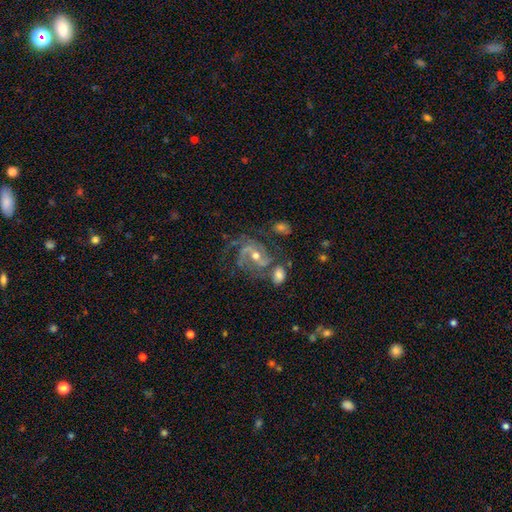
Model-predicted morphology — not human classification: This appears to be a featured or disk galaxy (76%) with no bar (49%), 2 (51%) medium (46%) spiral arms (90%) and a moderate central bulge (48%). Merging: none (47%).